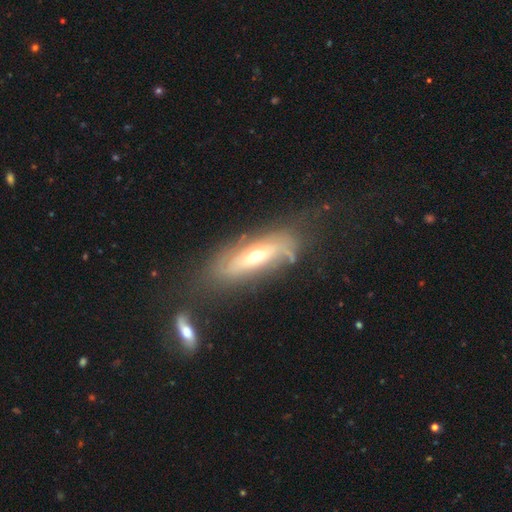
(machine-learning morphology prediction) This is likely a featured or disk galaxy (64%). It is likely not viewed edge-on (69%). Merging: possibly none (58%).